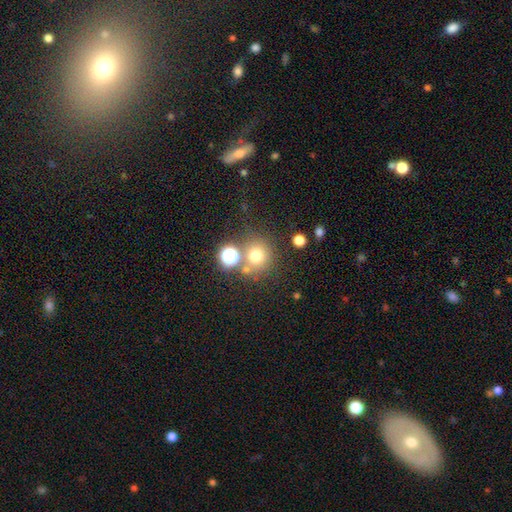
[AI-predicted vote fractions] Smooth or featured? Predicted: smooth (p=0.70). How rounded? Predicted: round (p=0.89). Merging? Predicted: none (p=0.69).